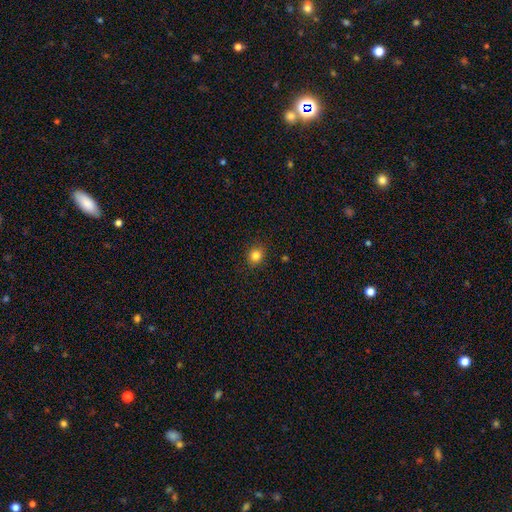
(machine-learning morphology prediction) type=smooth (82%); roundness=round (78%); merging=none (90%).